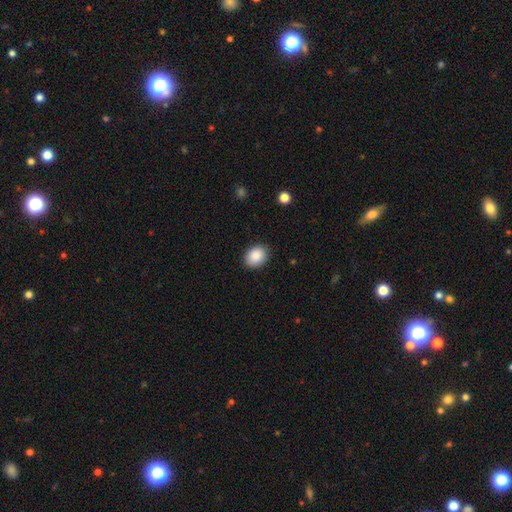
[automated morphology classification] type=smooth (88%); roundness=in between (56%); merging=none (88%).